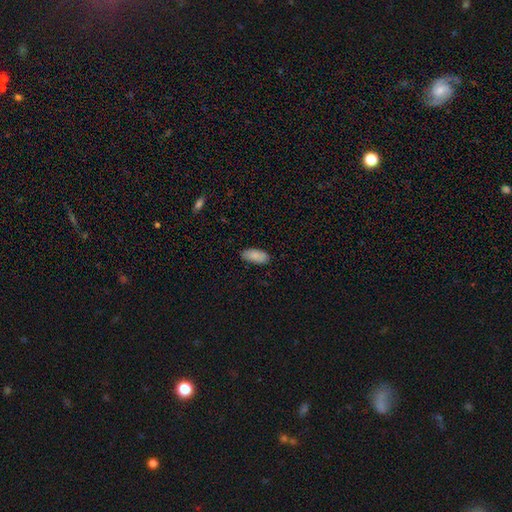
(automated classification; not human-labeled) Morphology: type=smooth (88%); roundness=in between (89%); merging=none (87%).